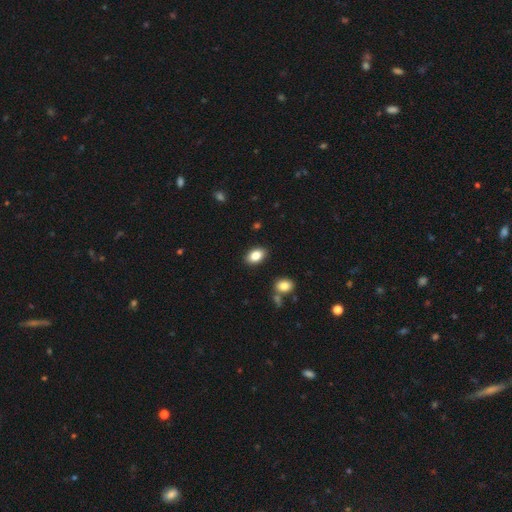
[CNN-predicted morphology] The model was most divided on "smooth or featured": smooth: 85%, star or artifact: 8%, featured or disk: 7%. More confident: how rounded — in between (88%); merging — none (88%).